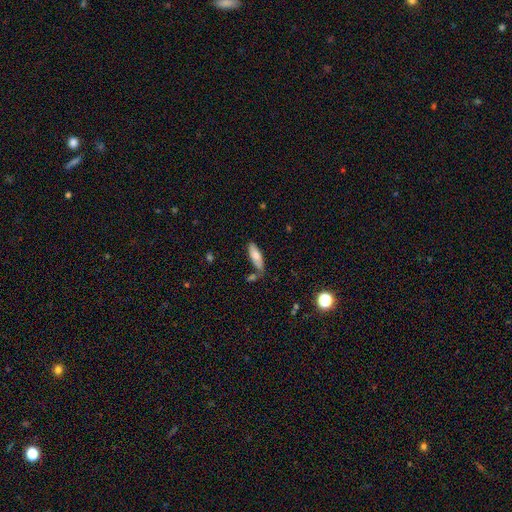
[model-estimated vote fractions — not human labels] smooth-or-featured: smooth: 73% | featured or disk: 21% | star or artifact: 6%
  how-rounded: in between: 64% | cigar-shaped: 34% | round: 2%
  merging: none: 60% | minor disturbance: 20% | merger: 14% | major disturbance: 5%